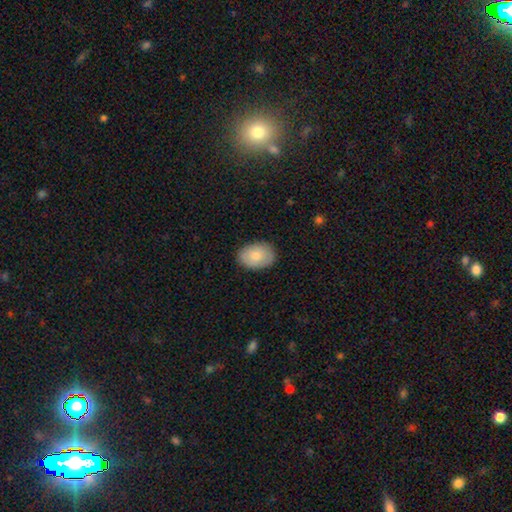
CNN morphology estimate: Overall: smooth (79%). How rounded: in between (80%). Merging: none (85%).